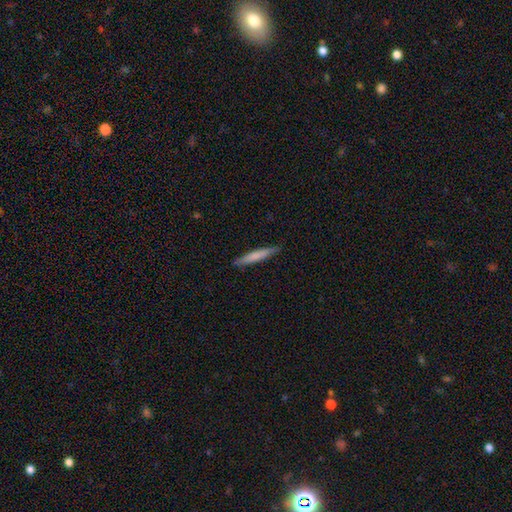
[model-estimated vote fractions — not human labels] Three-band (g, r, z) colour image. It shows a smooth galaxy with no disk features (72%) that is cigar-shaped (94%). Merging: none (88%).